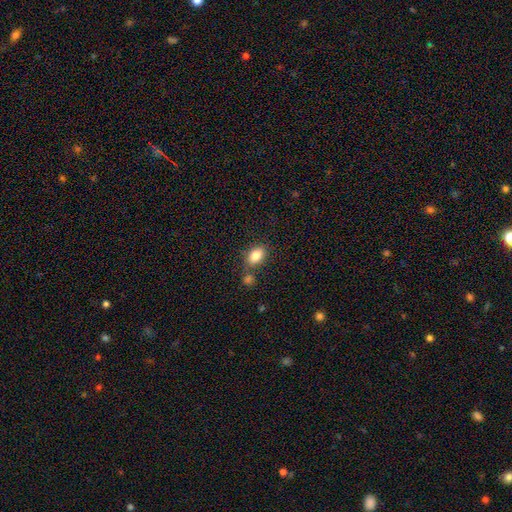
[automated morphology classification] smooth 84%, star or artifact 9%, featured or disk 8%. Down the decision tree: how rounded — in between (82%); merging — none (70%).